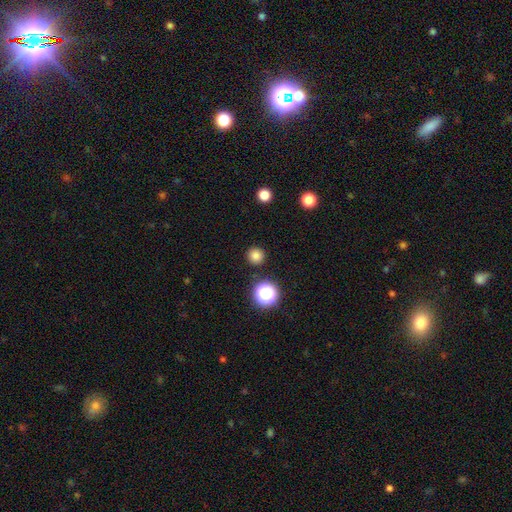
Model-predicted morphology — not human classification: Overall: smooth (81%). How rounded: round (96%). Merging: none (91%).